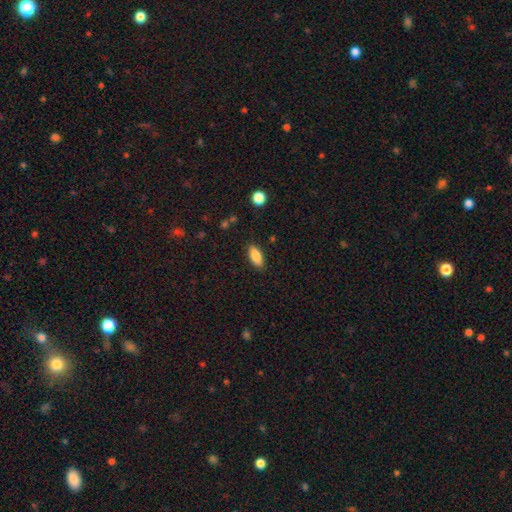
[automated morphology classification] Overall: smooth (87%). How rounded: in between (84%). Merging: none (87%).